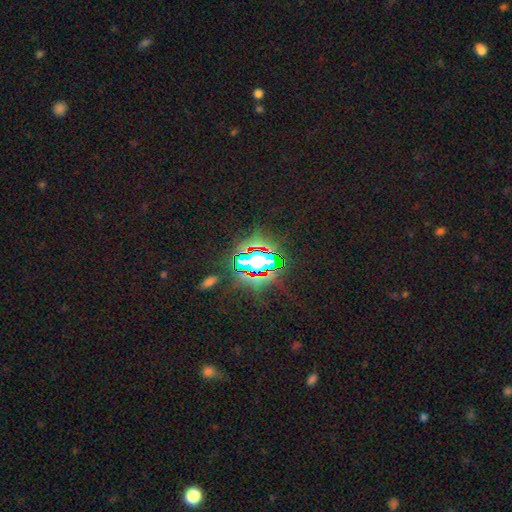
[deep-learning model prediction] star or artifact 84%, smooth 9%, featured or disk 7%.